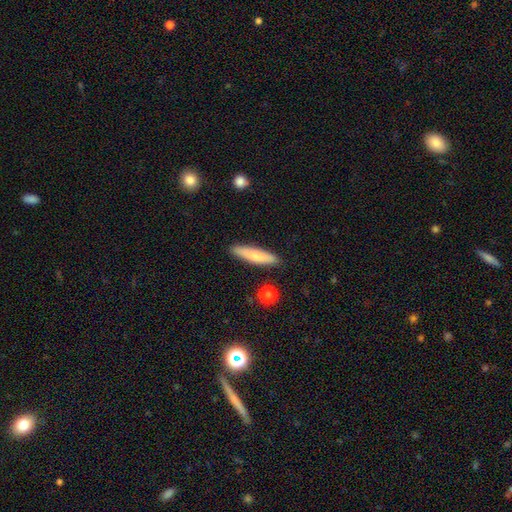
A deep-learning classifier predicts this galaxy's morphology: The model was most divided on "smooth or featured": smooth: 74%, featured or disk: 20%, star or artifact: 6%. More confident: merging — none (89%); how rounded — cigar-shaped (84%).